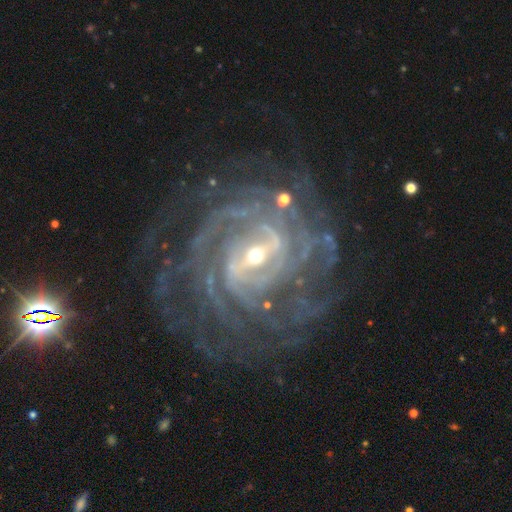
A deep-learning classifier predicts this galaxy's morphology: Overall: featured or disk (93%). Edge-on disk: no (97%). Bar: strong (53%; weak 35%). Spiral arms: yes (98%). Spiral arm count: more than 4 (24%; 4 20%). Spiral winding: tight (66%; medium 27%). Bulge size: small (62%; moderate 34%). Merging: none (71%).